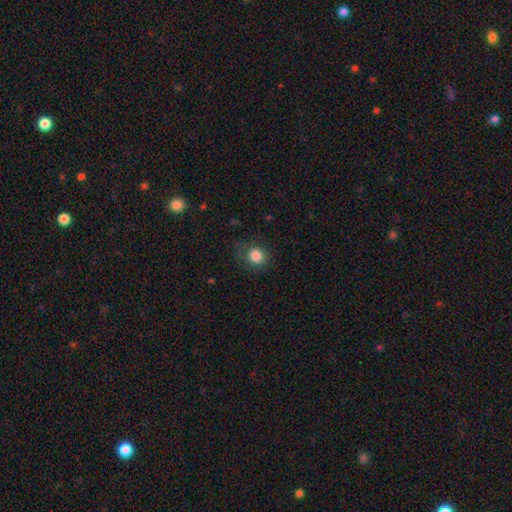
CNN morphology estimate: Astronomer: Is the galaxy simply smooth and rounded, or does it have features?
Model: smooth — 83%.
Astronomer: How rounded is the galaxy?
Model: round — 86%.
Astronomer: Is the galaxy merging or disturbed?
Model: none — 72%.